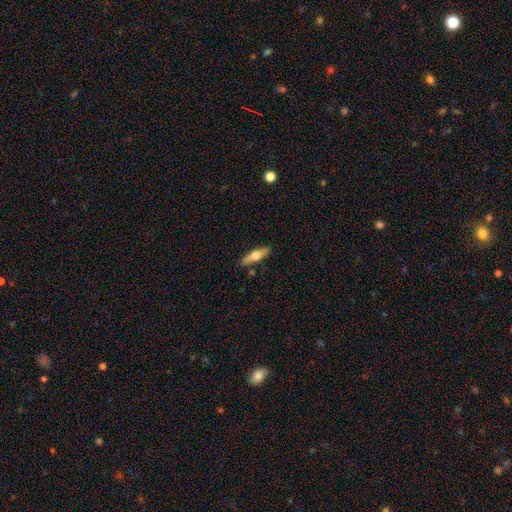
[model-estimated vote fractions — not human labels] The model was most divided on "smooth or featured": smooth: 49%, featured or disk: 45%, star or artifact: 6%. More confident: merging — none (86%).